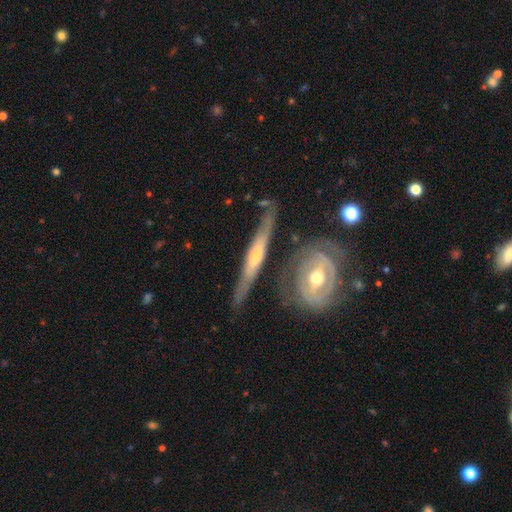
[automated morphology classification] Smooth or featured? Predicted: featured or disk (p=0.68). Edge-on disk? Predicted: yes (p=0.79). Edge-on bulge? Predicted: rounded (p=0.59). Merging? Predicted: none (p=0.68).